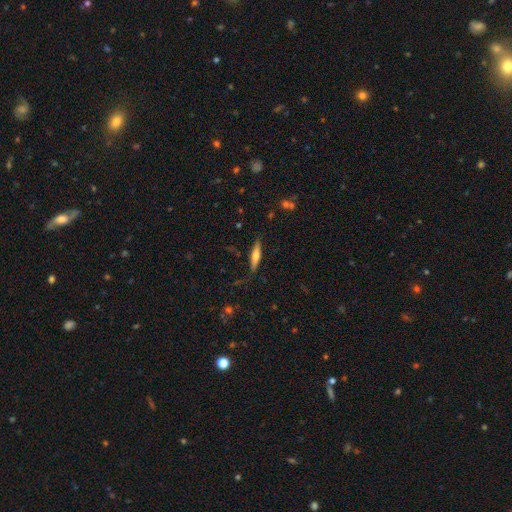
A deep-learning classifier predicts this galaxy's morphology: Smooth or featured: featured or disk — 47% (tied with smooth — 47%)
Merging: none — 83% (minor disturbance — 12%)